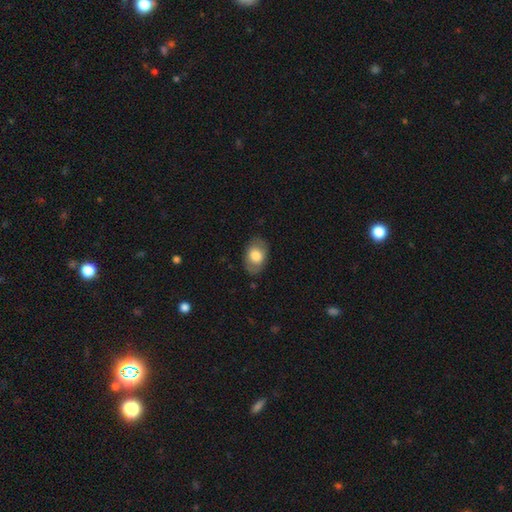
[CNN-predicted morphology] smooth_or_featured: smooth (p=0.71) [alt: featured or disk p=0.23]
how_rounded: in between (p=0.86) [alt: round p=0.13]
merging: none (p=0.80) [alt: minor disturbance p=0.14]